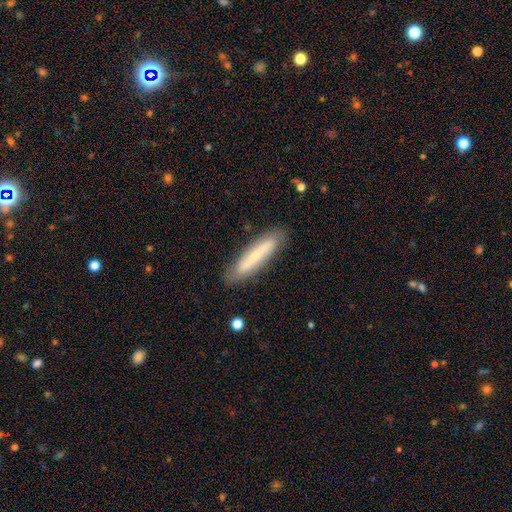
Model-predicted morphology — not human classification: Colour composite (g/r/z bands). It shows a smooth galaxy with no disk features (52%) that is cigar-shaped (84%). Merging: none (87%).